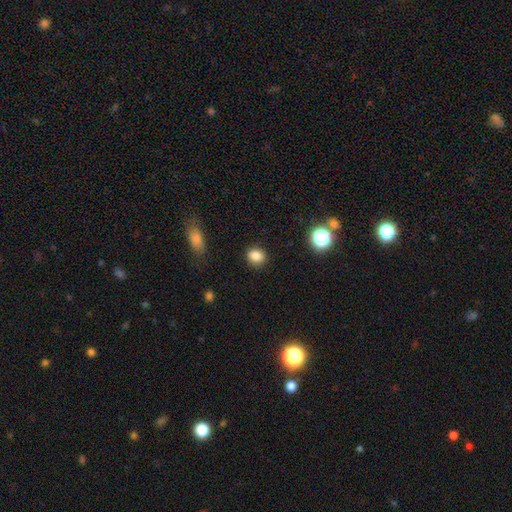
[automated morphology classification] smooth-or-featured: smooth: 84% | star or artifact: 11% | featured or disk: 4%
  how-rounded: round: 67% | in between: 32% | cigar-shaped: 1%
  merging: none: 87% | minor disturbance: 9% | major disturbance: 3% | merger: 2%